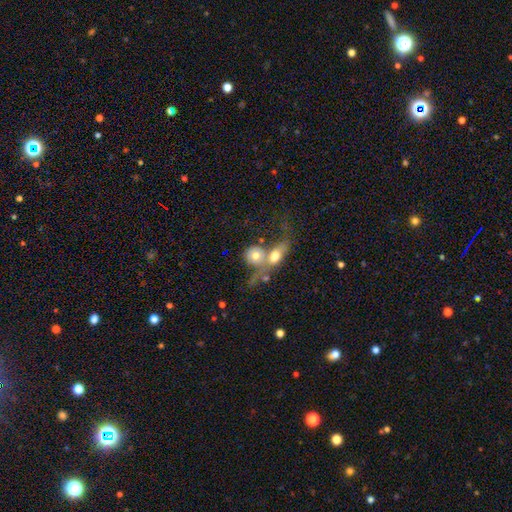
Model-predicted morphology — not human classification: smooth 65%, featured or disk 26%, star or artifact 9%. Down the decision tree: how rounded — round (62%); merging — merger (66%).